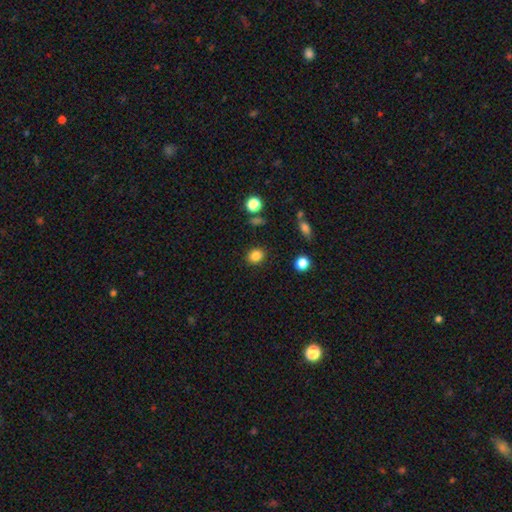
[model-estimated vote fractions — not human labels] Overall: smooth (84%). How rounded: round (56%; in between 43%). Merging: none (87%).